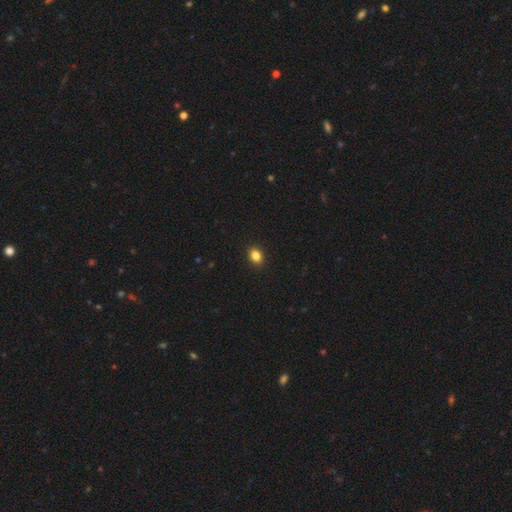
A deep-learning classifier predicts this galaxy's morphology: Smooth or featured? smooth (85%)
How rounded? in between (53%)
Merging? none (91%)